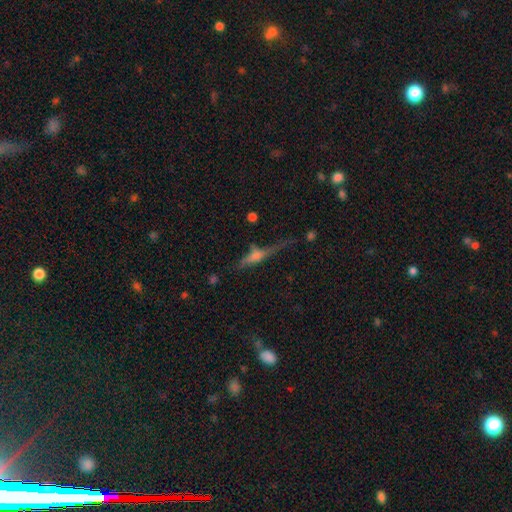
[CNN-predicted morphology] Smooth or featured? Predicted: featured or disk (p=0.61). Edge-on disk? Predicted: yes (p=0.93). Edge-on bulge? Predicted: rounded (p=0.75). Merging? Predicted: none (p=0.61).